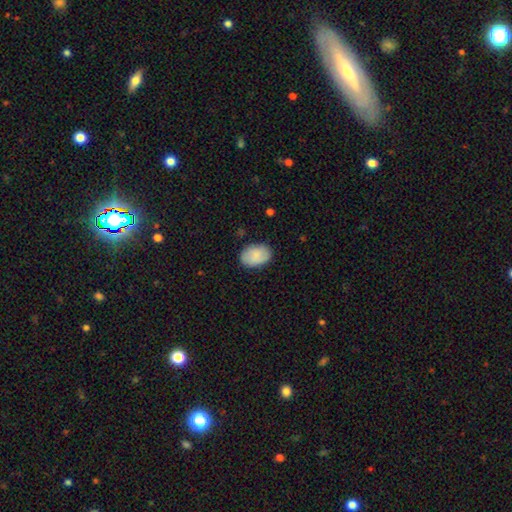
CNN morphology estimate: Smooth or featured? Predicted: smooth (p=0.84). How rounded? Predicted: in between (p=0.86). Merging? Predicted: none (p=0.82).